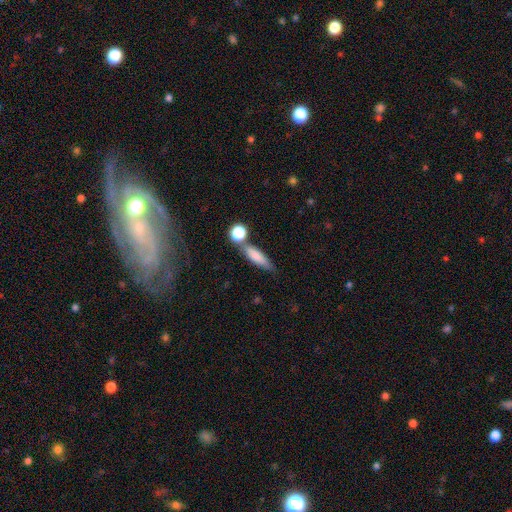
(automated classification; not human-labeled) smooth-or-featured: smooth: 77% | featured or disk: 14% | star or artifact: 9%
  how-rounded: cigar-shaped: 52% | in between: 42% | round: 5%
  merging: none: 60% | merger: 19% | minor disturbance: 15% | major disturbance: 5%